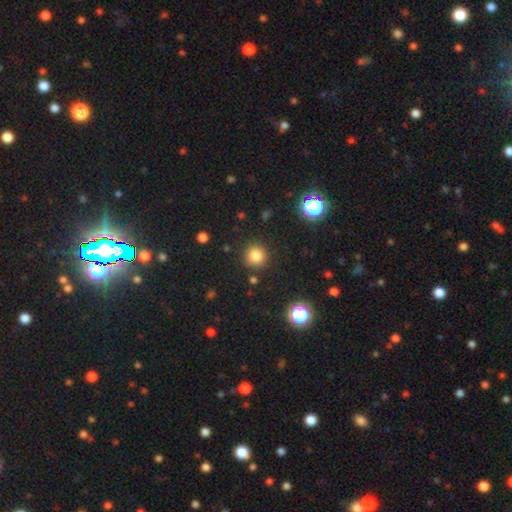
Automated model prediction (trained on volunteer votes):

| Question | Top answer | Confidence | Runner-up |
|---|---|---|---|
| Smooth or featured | smooth | 80% | star or artifact (14%) |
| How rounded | round | 93% | in between (6%) |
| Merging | none | 89% | minor disturbance (7%) |